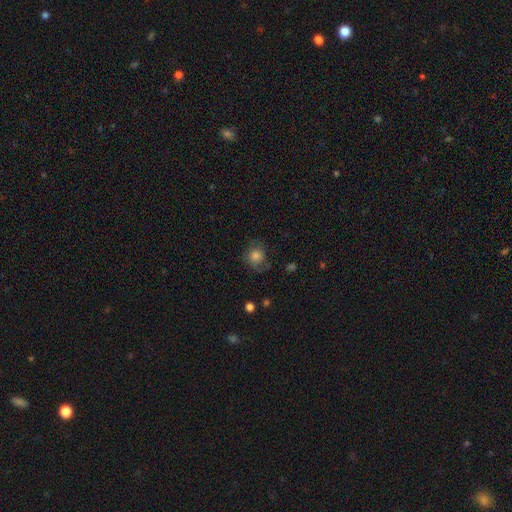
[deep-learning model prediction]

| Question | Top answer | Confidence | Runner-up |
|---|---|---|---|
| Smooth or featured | smooth | 70% | featured or disk (20%) |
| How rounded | round | 77% | in between (22%) |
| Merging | none | 60% | minor disturbance (23%) |